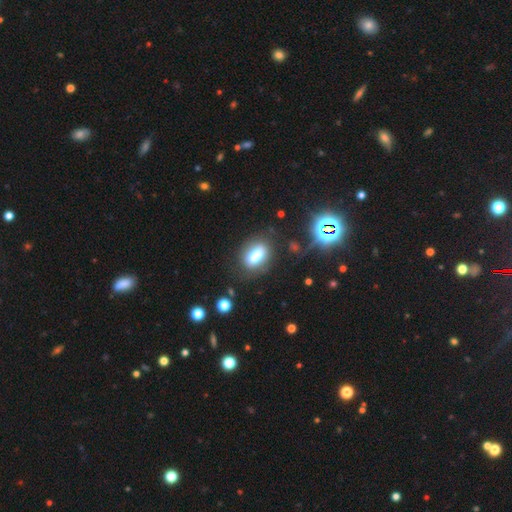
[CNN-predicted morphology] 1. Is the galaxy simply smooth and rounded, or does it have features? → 75% smooth, 14% featured or disk, 11% star or artifact.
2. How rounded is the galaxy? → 83% in between, 13% round, 4% cigar-shaped.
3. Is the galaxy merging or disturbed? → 78% none, 14% minor disturbance, 5% major disturbance, 3% merger.